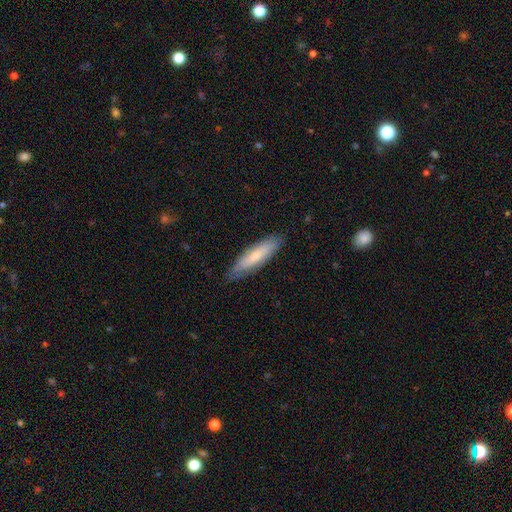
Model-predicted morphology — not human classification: A smooth galaxy with no disk features (63%) that is cigar-shaped (68%).

Vote fractions:
- Smooth or featured? smooth: 63% / featured or disk: 31% / star or artifact: 6%
- How rounded? cigar-shaped: 68% / in between: 31% / round: 2%
- Merging? none: 81% / minor disturbance: 15% / major disturbance: 3% / merger: 1%